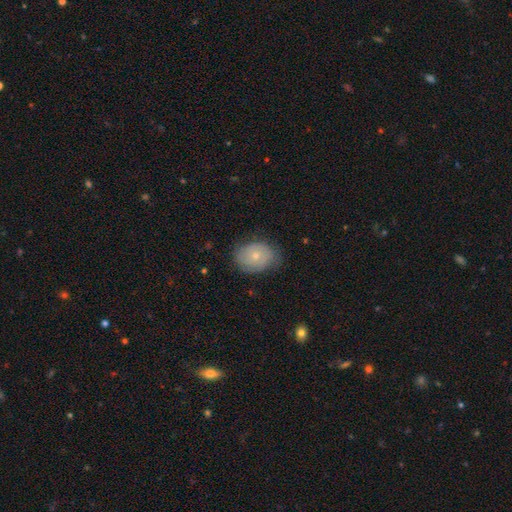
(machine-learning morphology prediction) A smooth galaxy with no disk features (52%) that is in between round and cigar-shaped (62%). Merging: none (70%).